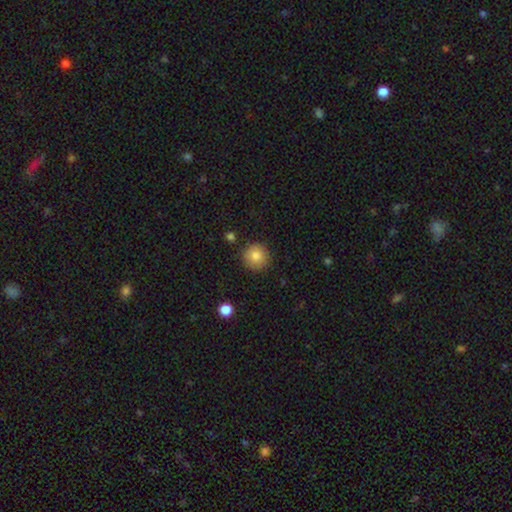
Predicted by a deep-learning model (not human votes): Smooth or featured? smooth (84%)
How rounded? round (94%)
Merging? none (88%)